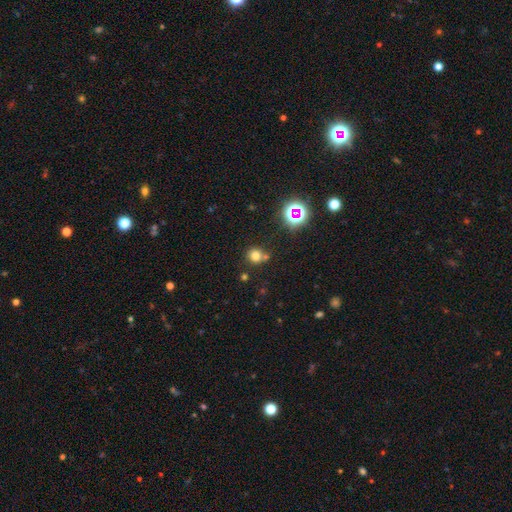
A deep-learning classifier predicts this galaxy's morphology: smooth 72%, star or artifact 20%, featured or disk 8%. Down the decision tree: how rounded — round (88%); merging — none (65%).